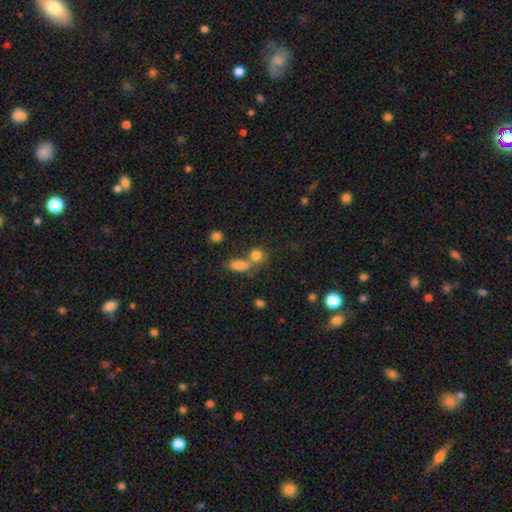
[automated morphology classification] A smooth galaxy with no disk features (79%) that is round (62%). Merging: none (44%).